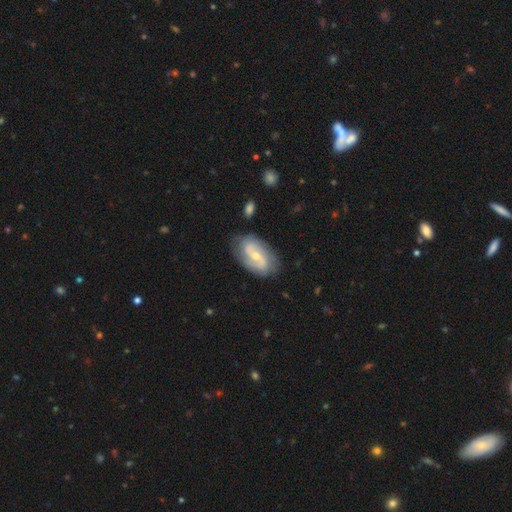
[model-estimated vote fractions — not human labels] This appears to be a featured or disk galaxy (77%) with a weak bar (45%), 2 (84%) medium (41%) spiral arms (91%) and a small central bulge (50%). Merging: none (79%).